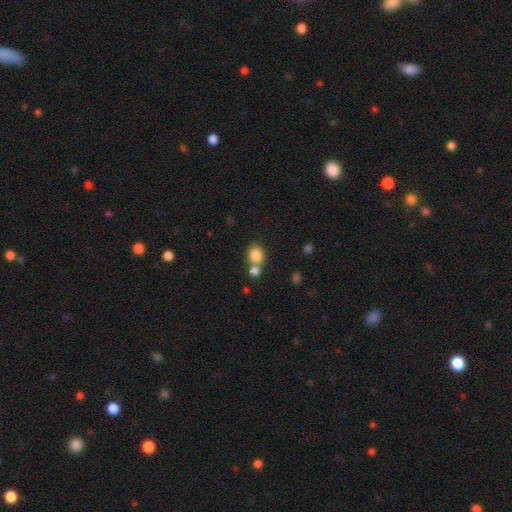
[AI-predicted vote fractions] smooth_or_featured: smooth (p=0.83) [alt: star or artifact p=0.10]
how_rounded: round (p=0.66) [alt: in between p=0.33]
merging: none (p=0.49) [alt: merger p=0.38]